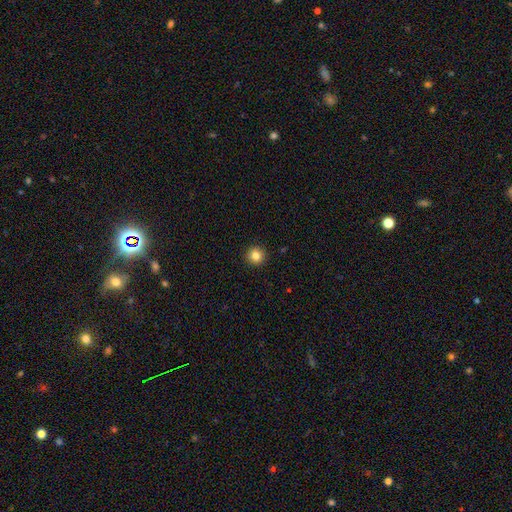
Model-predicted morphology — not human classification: Overall: smooth (84%). How rounded: round (94%). Merging: none (93%).